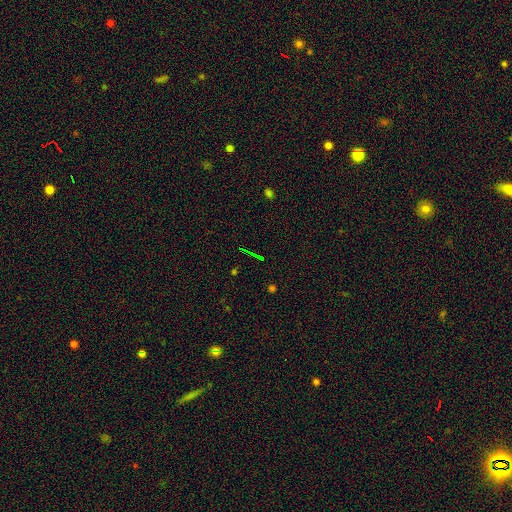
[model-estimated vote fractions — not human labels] A star or artifact, not a galaxy (68%).

Vote fractions:
- Smooth or featured? star or artifact: 68% / smooth: 17% / featured or disk: 15%